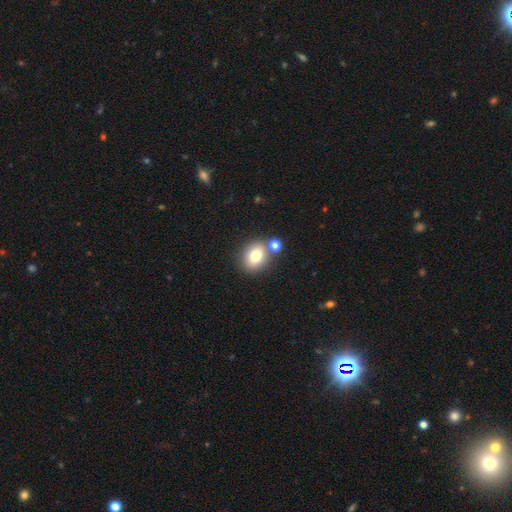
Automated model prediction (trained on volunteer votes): Smooth or featured?
  - smooth: 77% *
  - featured or disk: 13%
  - star or artifact: 11%
How rounded?
  - round: 56% *
  - in between: 43%
  - cigar-shaped: 1%
Merging?
  - none: 67% *
  - merger: 19%
  - minor disturbance: 11%
  - major disturbance: 3%